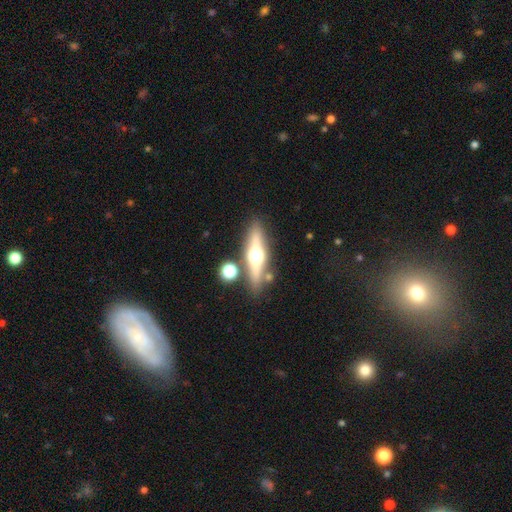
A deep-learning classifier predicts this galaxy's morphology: Smooth or featured? featured or disk (65%)
Edge-on disk? yes (93%)
Edge-on bulge? rounded (96%)
Merging? none (82%)